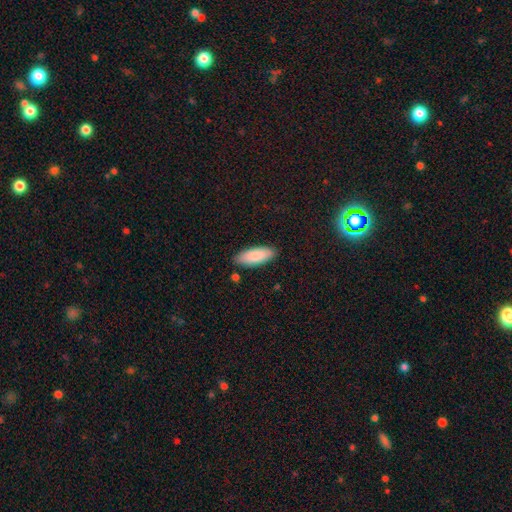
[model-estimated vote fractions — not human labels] Overall: smooth (87%). How rounded: in between (72%). Merging: none (85%).